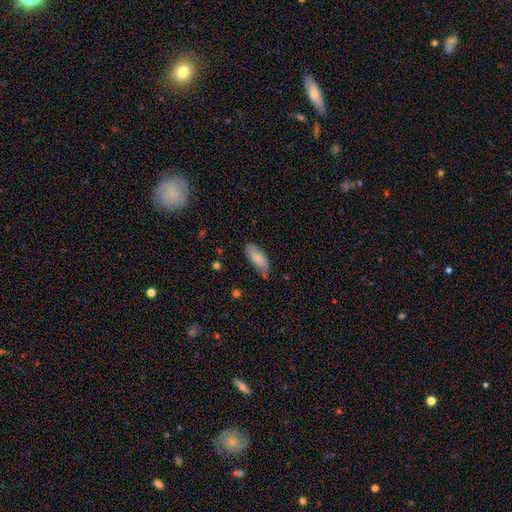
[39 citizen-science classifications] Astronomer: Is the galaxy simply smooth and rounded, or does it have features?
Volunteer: smooth — 85%.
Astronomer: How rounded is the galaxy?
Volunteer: in between — 88%.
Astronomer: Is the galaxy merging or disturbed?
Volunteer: none — 76%.